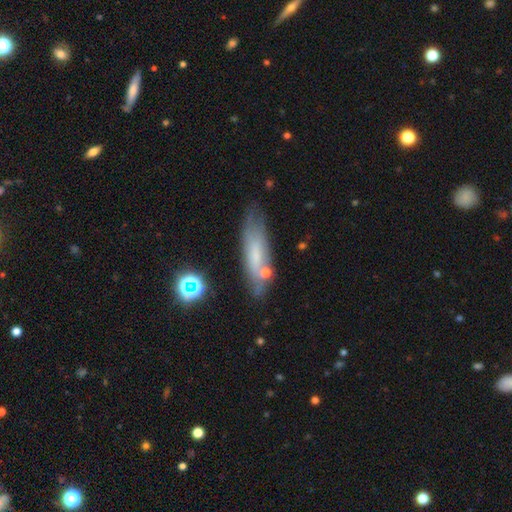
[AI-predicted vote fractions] A smooth galaxy with no disk features (53%) that is cigar-shaped (62%).

Vote fractions:
- Smooth or featured? smooth: 53% / featured or disk: 35% / star or artifact: 12%
- How rounded? cigar-shaped: 62% / in between: 36% / round: 3%
- Merging? none: 68% / minor disturbance: 20% / major disturbance: 6% / merger: 6%